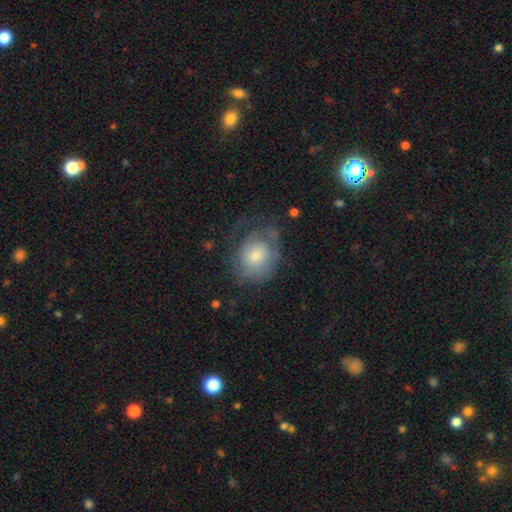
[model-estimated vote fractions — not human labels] This is possibly a smooth galaxy (53%). How rounded: possibly round (59%). Merging: possibly none (50%).